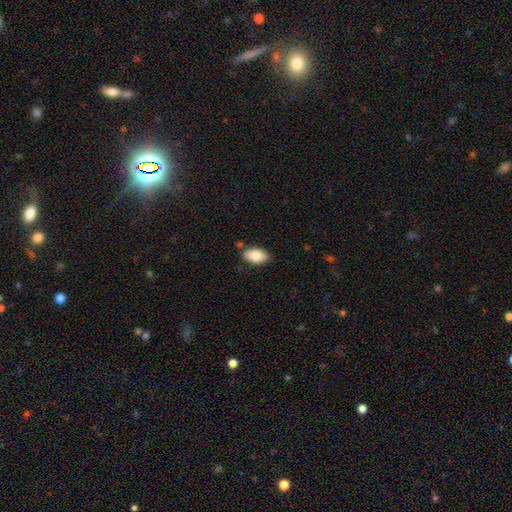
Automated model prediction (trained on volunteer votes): Smooth or featured: smooth — 82% (featured or disk — 11%)
How rounded: in between — 93% (round — 4%)
Merging: none — 81% (minor disturbance — 13%)